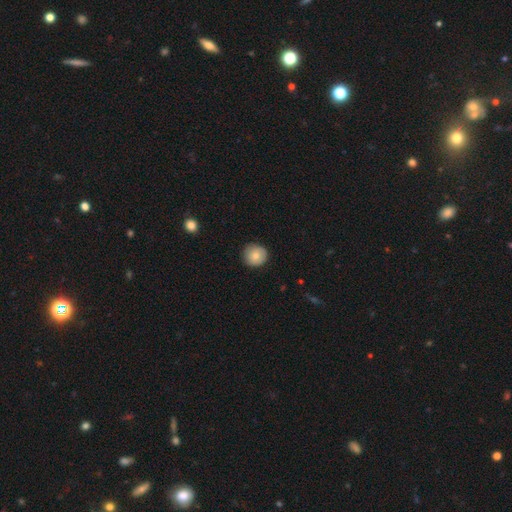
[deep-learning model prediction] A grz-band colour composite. It shows a smooth galaxy with no disk features (79%) that is round (93%). Merging: none (88%).